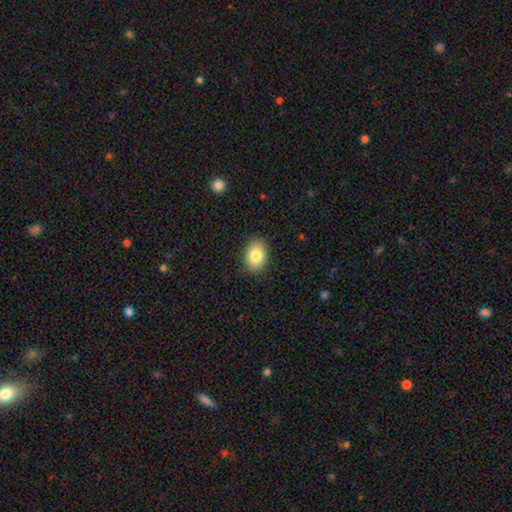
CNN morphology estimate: Smooth or featured? Predicted: smooth (p=0.84). How rounded? Predicted: in between (p=0.78). Merging? Predicted: none (p=0.88).